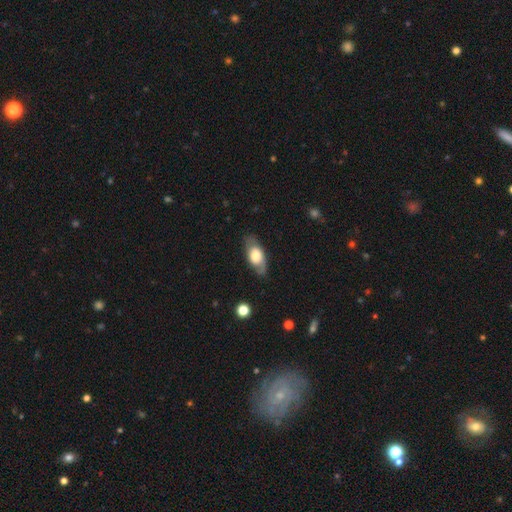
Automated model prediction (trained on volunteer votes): Smooth or featured?
  - smooth: 55% *
  - featured or disk: 39%
  - star or artifact: 6%
How rounded?
  - in between: 85% *
  - cigar-shaped: 10%
  - round: 5%
Merging?
  - none: 77% *
  - minor disturbance: 17%
  - major disturbance: 5%
  - merger: 1%